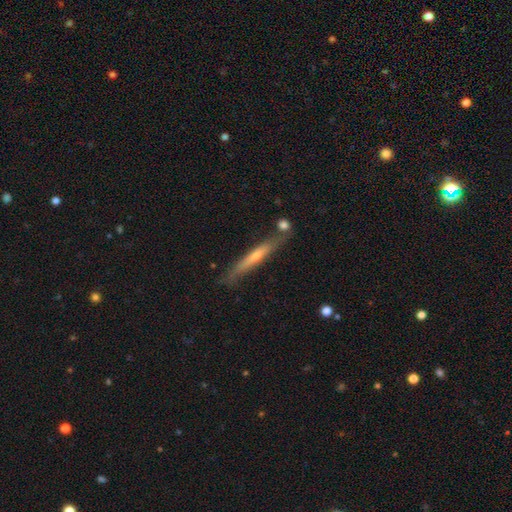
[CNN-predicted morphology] Smooth or featured? featured or disk (54%)
Edge-on disk? yes (91%)
Merging? none (75%)